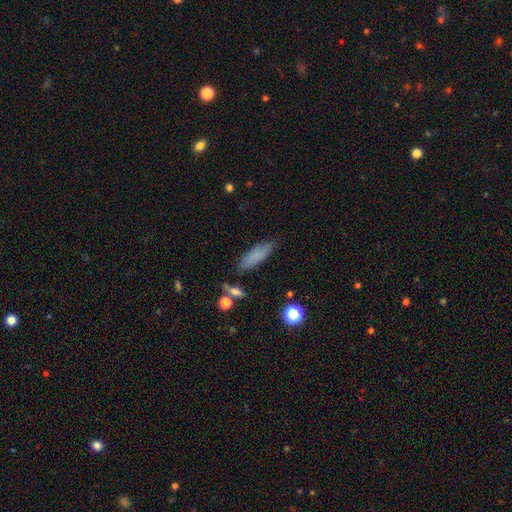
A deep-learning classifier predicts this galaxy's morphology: smooth_or_featured: smooth (p=0.78) [alt: featured or disk p=0.13]
how_rounded: in between (p=0.51) [alt: cigar-shaped p=0.46]
merging: none (p=0.79) [alt: minor disturbance p=0.14]